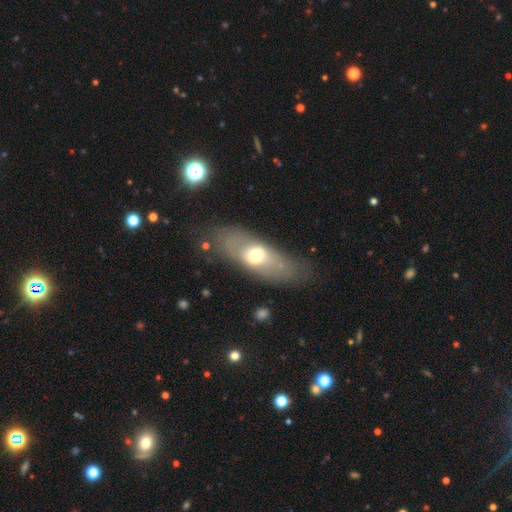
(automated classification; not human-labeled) The model was most divided on "smooth or featured": featured or disk: 47%, smooth: 45%, star or artifact: 8%. More confident: merging — none (74%).